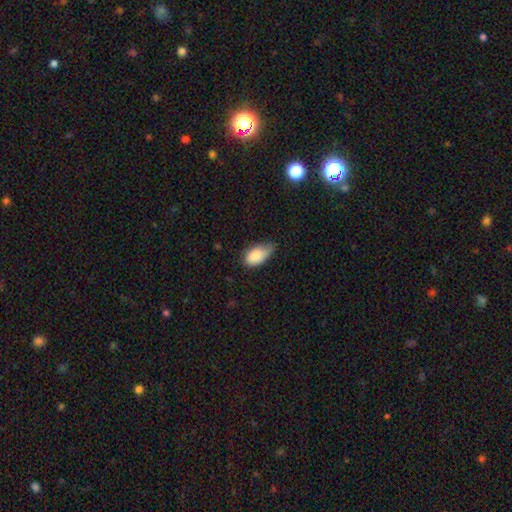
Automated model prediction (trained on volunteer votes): Overall: smooth (85%). How rounded: in between (93%). Merging: minor disturbance (48%; none 39%).